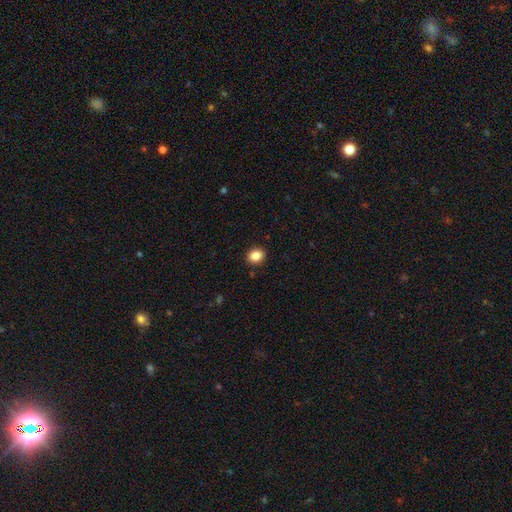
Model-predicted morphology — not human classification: A smooth galaxy with no disk features (87%) that is round (61%).

Vote fractions:
- Smooth or featured? smooth: 87% / star or artifact: 9% / featured or disk: 4%
- How rounded? round: 61% / in between: 38% / cigar-shaped: 1%
- Merging? none: 91% / minor disturbance: 6% / major disturbance: 2% / merger: 1%